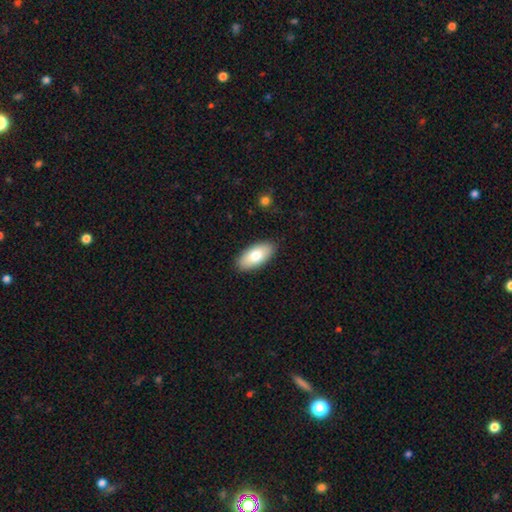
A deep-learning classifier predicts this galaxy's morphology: Smooth or featured? Predicted: smooth (p=0.77). How rounded? Predicted: in between (p=0.92). Merging? Predicted: none (p=0.89).